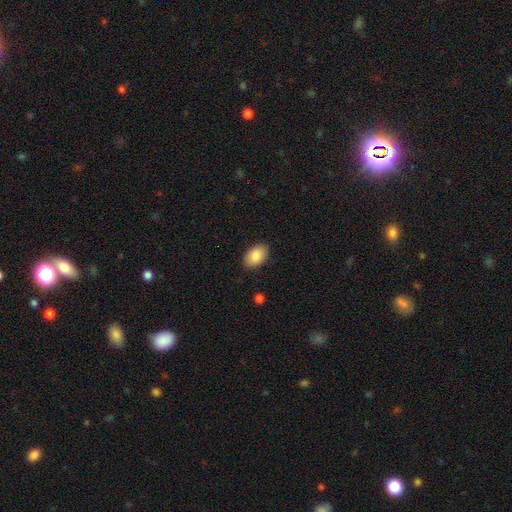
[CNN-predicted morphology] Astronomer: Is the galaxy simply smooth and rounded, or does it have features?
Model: smooth — 87%.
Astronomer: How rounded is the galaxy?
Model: in between — 90%.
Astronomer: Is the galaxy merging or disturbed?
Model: none — 87%.